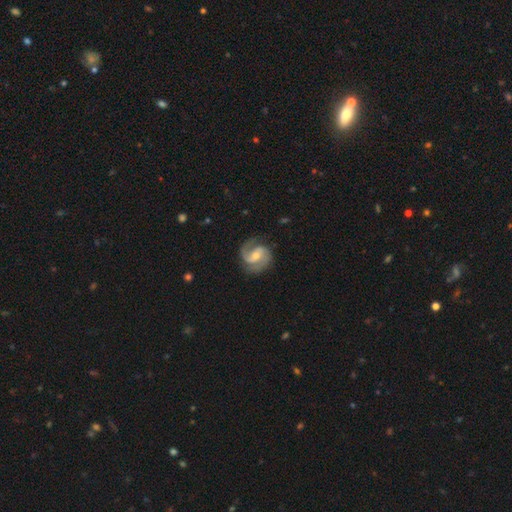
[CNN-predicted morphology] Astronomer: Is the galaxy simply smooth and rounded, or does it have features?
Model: featured or disk — 88%.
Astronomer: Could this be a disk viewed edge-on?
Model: no — 98%.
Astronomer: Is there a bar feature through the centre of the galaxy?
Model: weak — 49% (runner-up: no, 27%).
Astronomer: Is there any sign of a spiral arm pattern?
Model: yes — 97%.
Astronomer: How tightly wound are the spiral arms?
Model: medium — 54%.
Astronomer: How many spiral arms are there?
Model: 2 — 87%.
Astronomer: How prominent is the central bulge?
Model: moderate — 49% (runner-up: small, 47%).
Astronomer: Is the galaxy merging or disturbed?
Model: none — 79%.